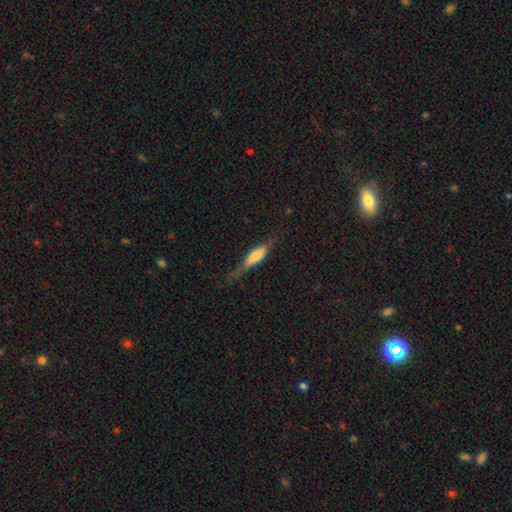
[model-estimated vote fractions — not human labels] A smooth galaxy with no disk features (57%) that is cigar-shaped (63%).

Vote fractions:
- Smooth or featured? smooth: 57% / featured or disk: 36% / star or artifact: 7%
- How rounded? cigar-shaped: 63% / in between: 35% / round: 3%
- Merging? none: 49% / minor disturbance: 30% / major disturbance: 18% / merger: 3%